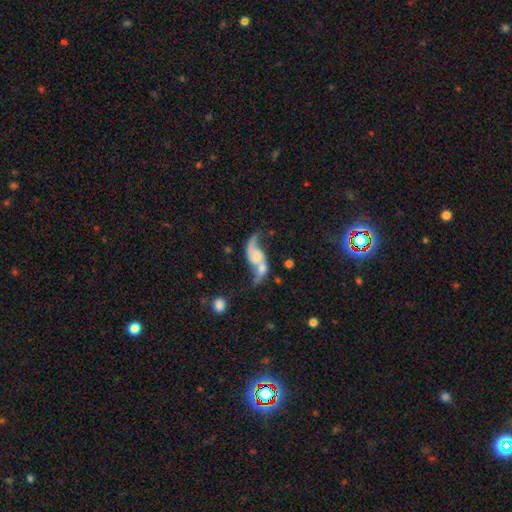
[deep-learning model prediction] This is likely a featured or disk galaxy (78%). It is clearly not viewed edge-on (96%). Bar: possibly no (58%). Spiral arm pattern: clearly yes (89%). Spiral arm count: clearly 2 (87%). Spiral winding: clearly loose (84%). Central bulge: marginally small (34%). Merging: marginally merger (39%).